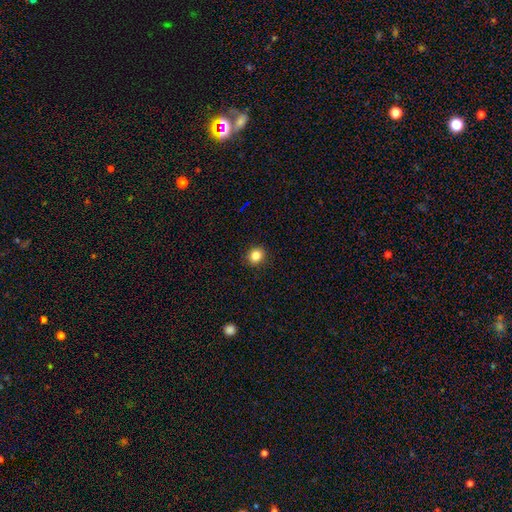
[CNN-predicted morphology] type=smooth (84%); roundness=round (79%); merging=none (92%).